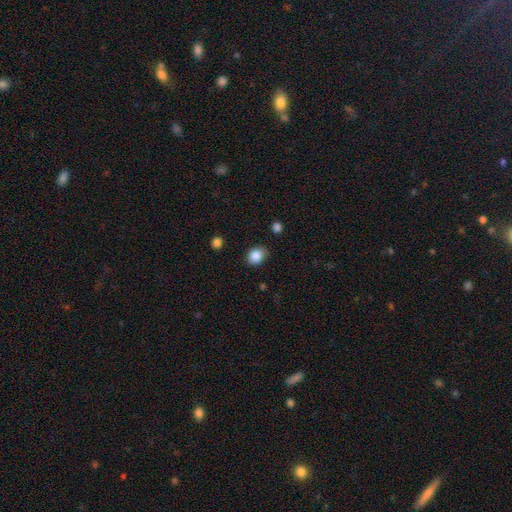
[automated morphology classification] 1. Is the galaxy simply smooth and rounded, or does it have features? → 86% smooth, 9% star or artifact, 4% featured or disk.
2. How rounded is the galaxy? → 56% round, 43% in between, 1% cigar-shaped.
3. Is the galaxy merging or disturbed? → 80% none, 16% minor disturbance, 3% major disturbance, 2% merger.